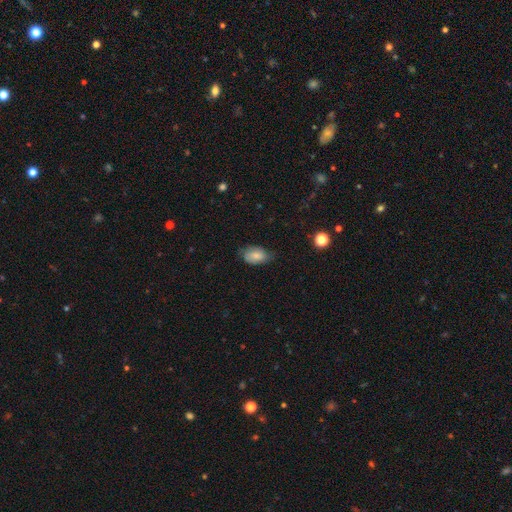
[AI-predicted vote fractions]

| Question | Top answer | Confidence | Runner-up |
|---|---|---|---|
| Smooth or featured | smooth | 77% | featured or disk (15%) |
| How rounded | in between | 91% | round (8%) |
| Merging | none | 64% | minor disturbance (29%) |